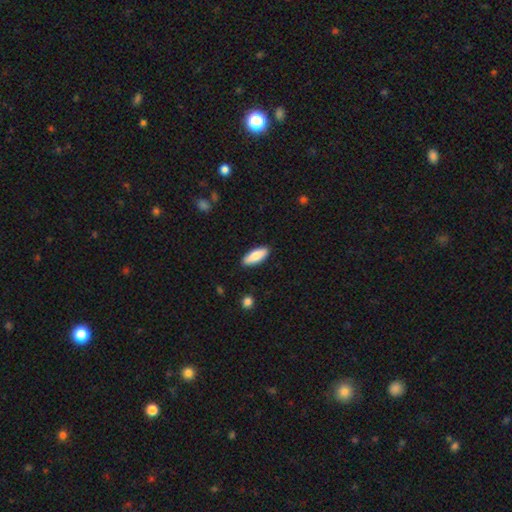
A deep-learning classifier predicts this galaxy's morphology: smooth_or_featured: smooth (p=0.85) [alt: featured or disk p=0.10]
how_rounded: in between (p=0.72) [alt: cigar-shaped p=0.26]
merging: none (p=0.89) [alt: minor disturbance p=0.08]